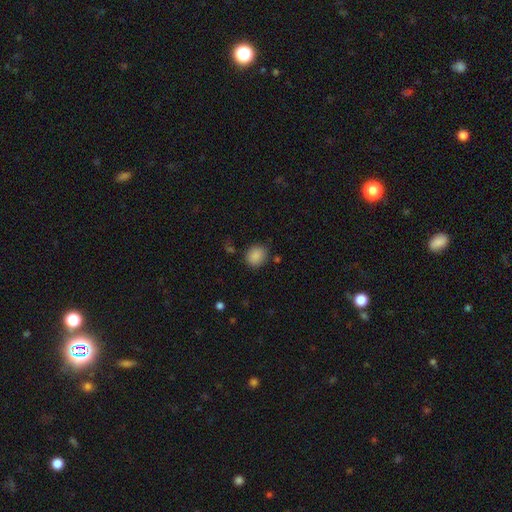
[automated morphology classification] Smooth or featured: smooth — 87% (star or artifact — 9%)
How rounded: round — 62% (in between — 37%)
Merging: none — 79% (minor disturbance — 14%)